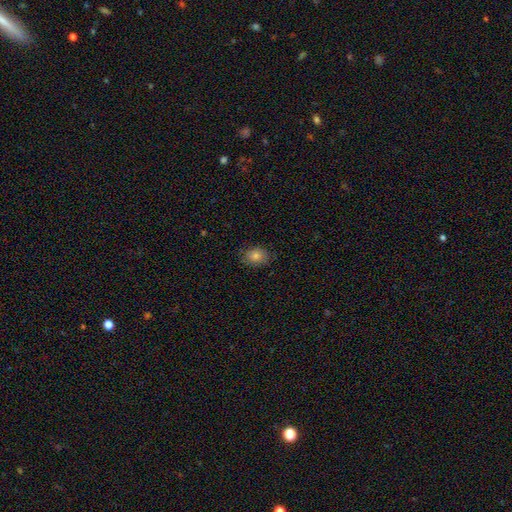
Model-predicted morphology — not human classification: smooth-or-featured: smooth: 78% | star or artifact: 12% | featured or disk: 10%
  how-rounded: in between: 65% | round: 34% | cigar-shaped: 1%
  merging: none: 83% | minor disturbance: 13% | major disturbance: 3% | merger: 1%